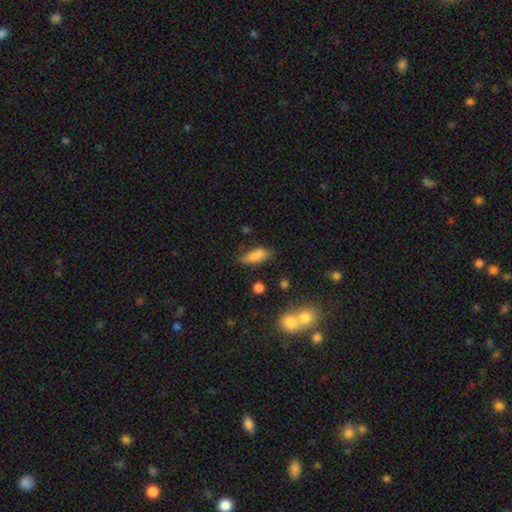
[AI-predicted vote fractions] Overall: smooth (81%). How rounded: in between (67%; cigar-shaped 30%). Merging: none (65%).